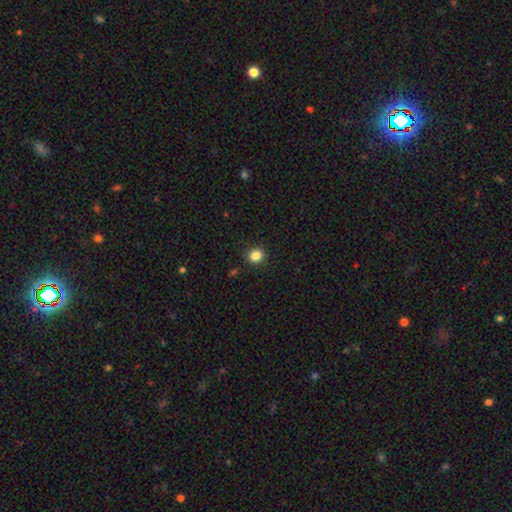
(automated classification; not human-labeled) Overall: smooth (84%). How rounded: round (86%). Merging: none (91%).